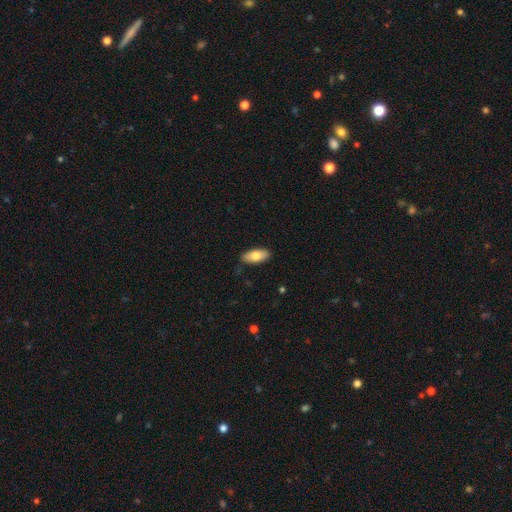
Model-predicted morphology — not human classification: Smooth or featured? Predicted: smooth (p=0.78). How rounded? Predicted: in between (p=0.86). Merging? Predicted: none (p=0.86).